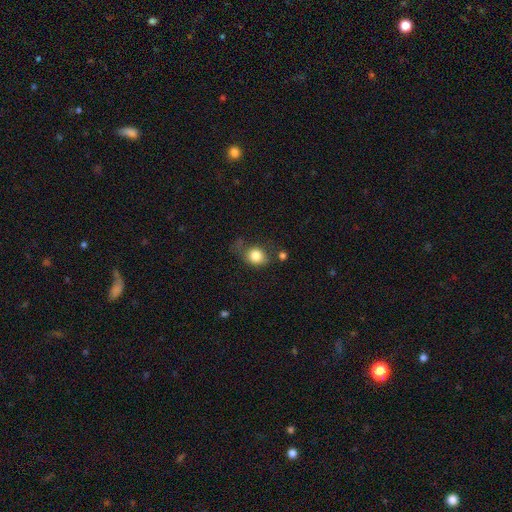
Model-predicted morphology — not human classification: The model was most divided on "how rounded": round: 60%, in between: 39%, cigar-shaped: 1%. More confident: smooth or featured — smooth (82%); merging — none (55%).